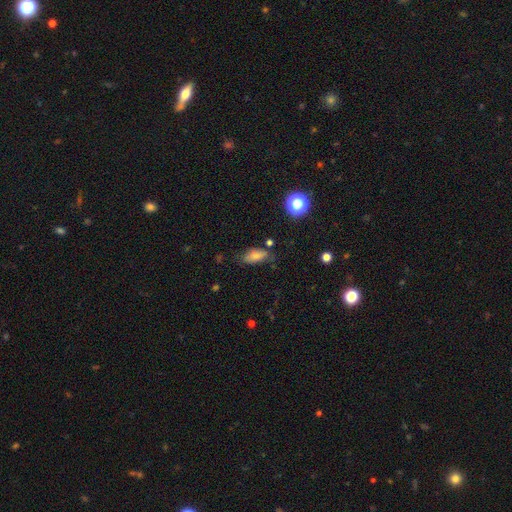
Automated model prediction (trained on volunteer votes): Overall: smooth (78%). How rounded: in between (84%). Merging: none (65%; minor disturbance 25%).